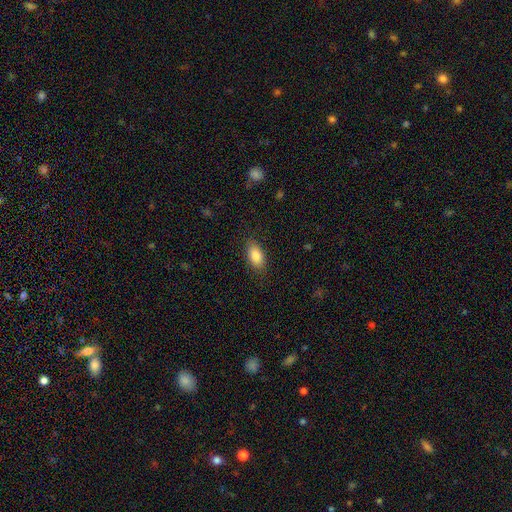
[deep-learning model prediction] Smooth or featured?
  - smooth: 87% *
  - star or artifact: 7%
  - featured or disk: 6%
How rounded?
  - in between: 91% *
  - round: 6%
  - cigar-shaped: 3%
Merging?
  - none: 85% *
  - minor disturbance: 11%
  - major disturbance: 3%
  - merger: 1%